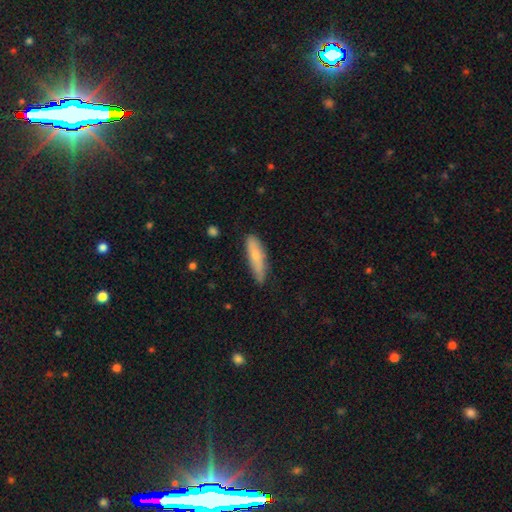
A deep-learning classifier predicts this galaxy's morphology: Smooth or featured: smooth — 76% (featured or disk — 18%)
How rounded: cigar-shaped — 71% (in between — 28%)
Merging: none — 70% (minor disturbance — 24%)